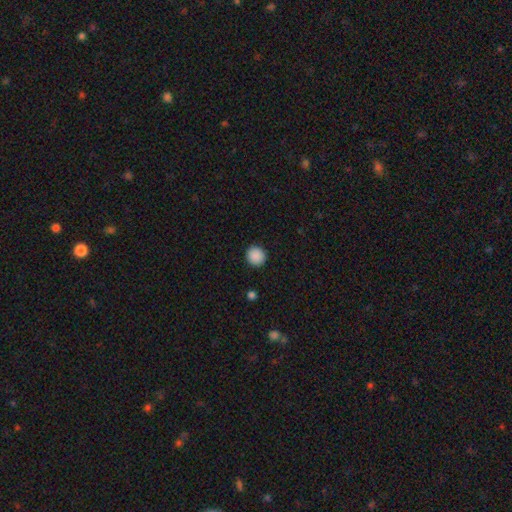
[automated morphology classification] This appears to be a smooth galaxy with no disk features (89%) that is round (94%). Merging: none (93%).